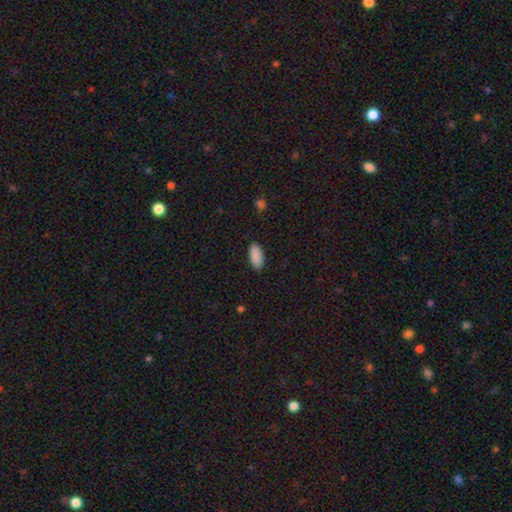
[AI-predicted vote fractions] Morphology: type=smooth (90%); roundness=in between (87%); merging=none (87%).